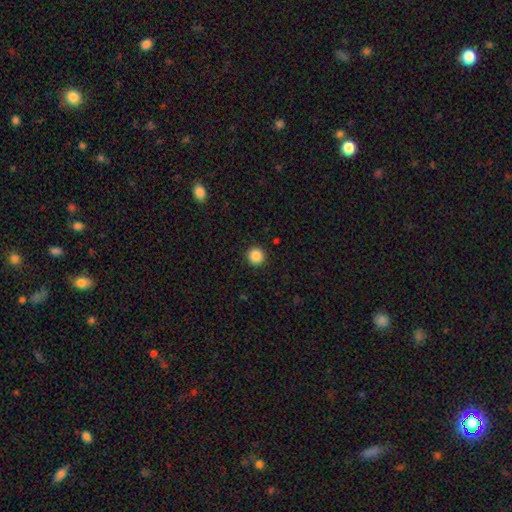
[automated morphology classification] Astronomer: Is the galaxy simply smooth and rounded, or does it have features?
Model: smooth — 87%.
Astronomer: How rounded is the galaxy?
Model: round — 95%.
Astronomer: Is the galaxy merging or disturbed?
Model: none — 92%.